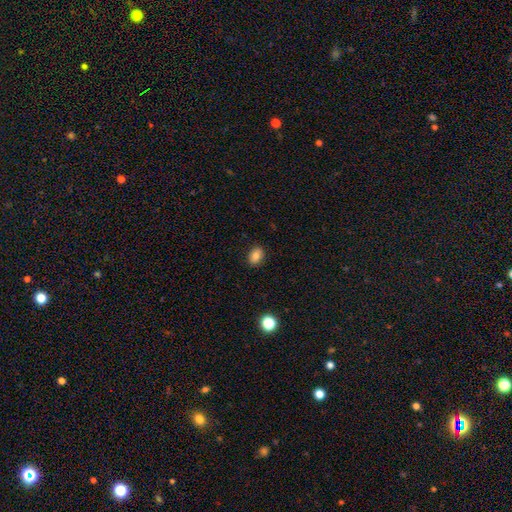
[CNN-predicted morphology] Smooth or featured? Predicted: smooth (p=0.82). How rounded? Predicted: in between (p=0.69). Merging? Predicted: none (p=0.88).